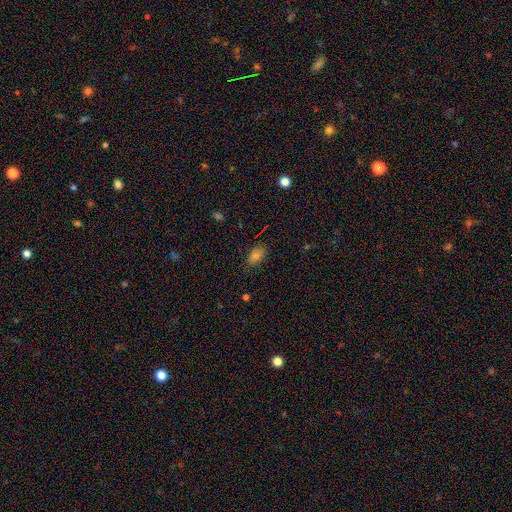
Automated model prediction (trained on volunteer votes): This is likely a smooth galaxy (74%). How rounded: clearly in between (85%). Merging: clearly none (83%).